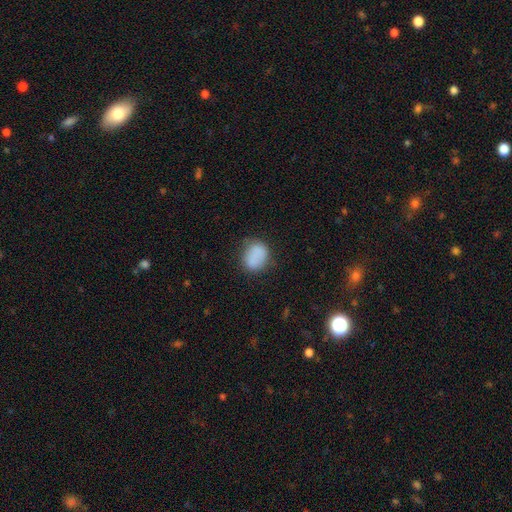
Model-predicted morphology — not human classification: Smooth or featured?
  - smooth: 84% *
  - star or artifact: 9%
  - featured or disk: 7%
How rounded?
  - in between: 50% *
  - round: 48%
  - cigar-shaped: 1%
Merging?
  - none: 66% *
  - minor disturbance: 23%
  - major disturbance: 7%
  - merger: 3%